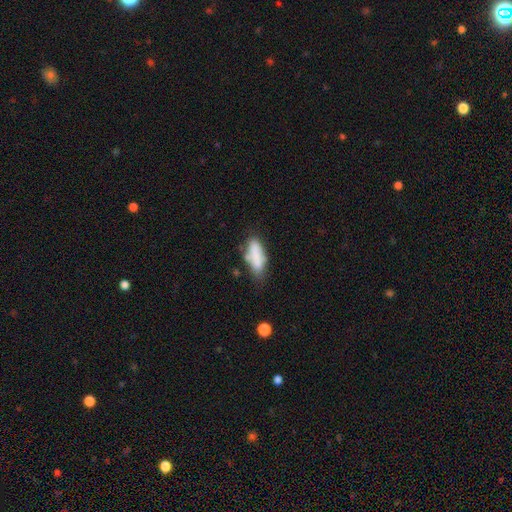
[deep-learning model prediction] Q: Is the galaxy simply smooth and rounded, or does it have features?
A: smooth — 75%.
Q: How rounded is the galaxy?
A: in between — 62%.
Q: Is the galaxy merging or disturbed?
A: none — 51%.